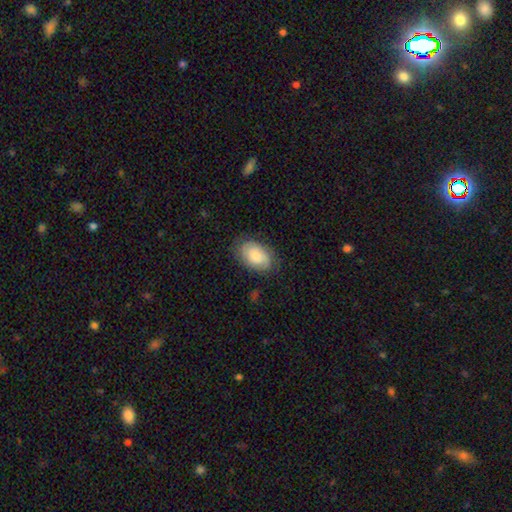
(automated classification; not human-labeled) smooth 62%, featured or disk 31%, star or artifact 7%. Down the decision tree: how rounded — in between (90%); merging — none (74%).